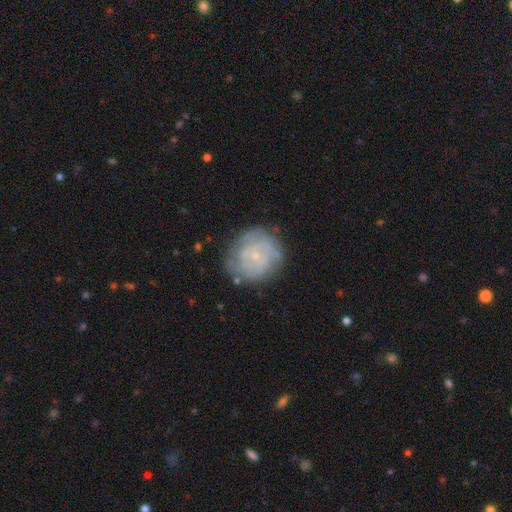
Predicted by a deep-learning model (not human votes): The model was most divided on "smooth or featured": featured or disk: 64%, smooth: 29%, star or artifact: 8%. More confident: edge-on disk — no (98%); bulge size — small (81%); bar — no (79%); merging — none (72%); spiral arms — yes (70%).